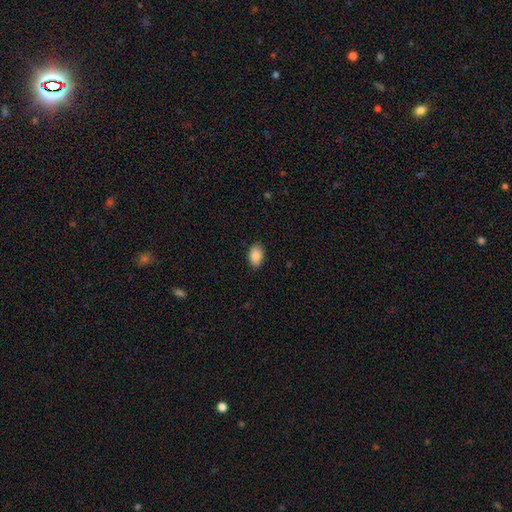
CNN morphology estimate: Smooth or featured?
  - smooth: 89% *
  - star or artifact: 7%
  - featured or disk: 4%
How rounded?
  - in between: 90% *
  - round: 9%
  - cigar-shaped: 1%
Merging?
  - none: 85% *
  - minor disturbance: 12%
  - major disturbance: 2%
  - merger: 1%